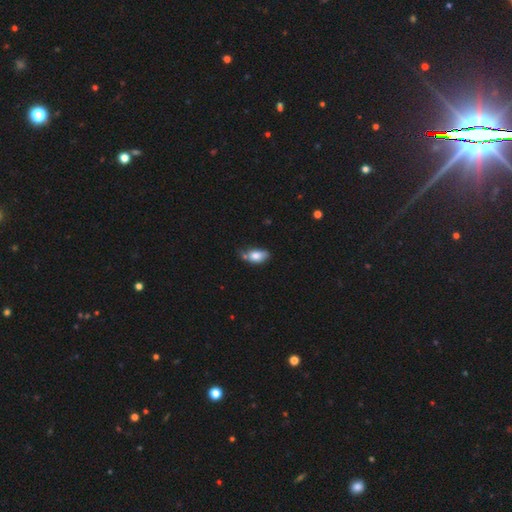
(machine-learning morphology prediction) The model was most divided on "merging": none: 40%, minor disturbance: 36%, merger: 14%, major disturbance: 11%. More confident: how rounded — in between (90%); smooth or featured — smooth (79%).